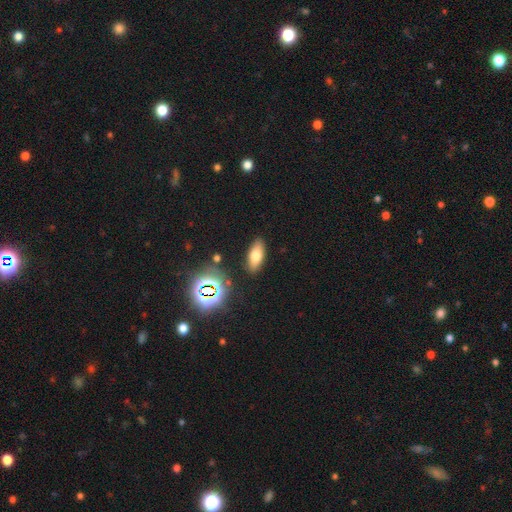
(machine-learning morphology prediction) smooth 67%, featured or disk 18%, star or artifact 14%. Down the decision tree: how rounded — in between (76%); merging — none (86%).